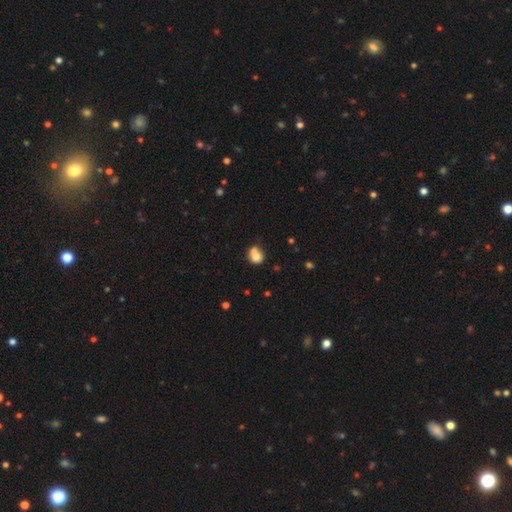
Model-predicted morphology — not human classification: smooth-or-featured: smooth: 76% | featured or disk: 14% | star or artifact: 10%
  how-rounded: round: 69% | in between: 30% | cigar-shaped: 1%
  merging: merger: 46% | none: 35% | minor disturbance: 13% | major disturbance: 6%